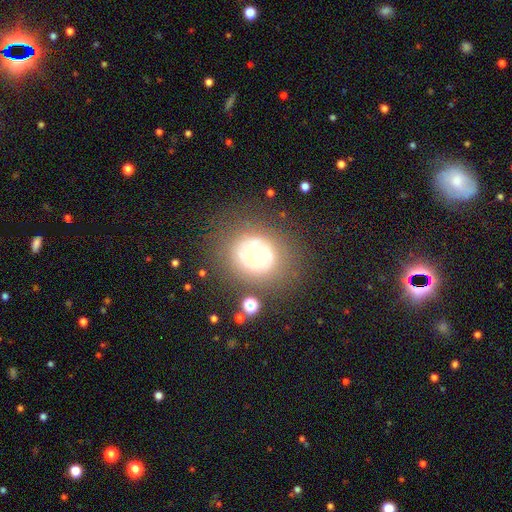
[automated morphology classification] Smooth or featured? Predicted: featured or disk (p=0.47). Merging? Predicted: none (p=0.72).